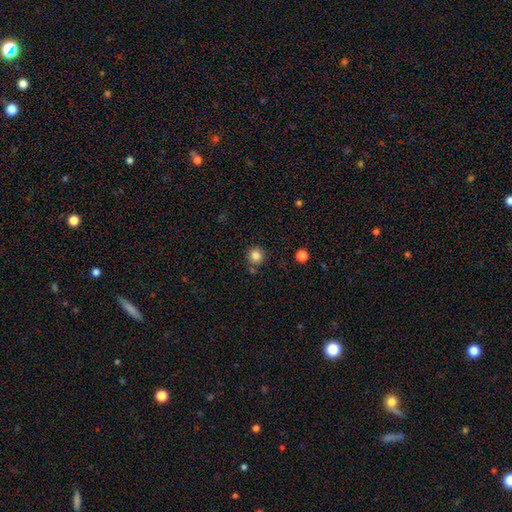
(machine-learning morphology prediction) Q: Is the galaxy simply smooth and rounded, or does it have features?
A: smooth — 84%.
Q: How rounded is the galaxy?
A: round — 92%.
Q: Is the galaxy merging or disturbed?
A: none — 78%.